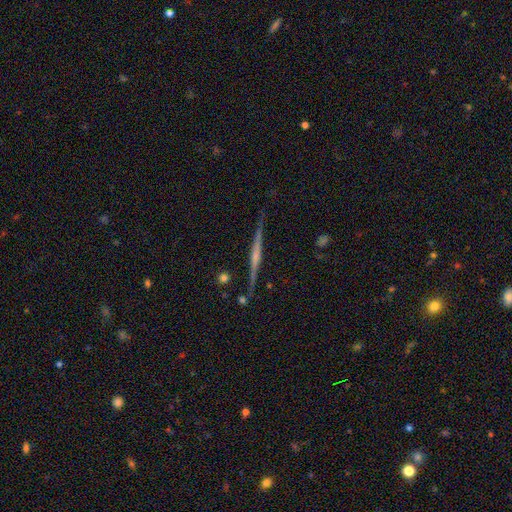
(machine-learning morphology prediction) Smooth or featured: featured or disk — 77% (smooth — 15%)
Edge-on disk: yes — 98% (no — 2%)
Edge-on bulge: rounded — 51% (none — 29%)
Merging: none — 88% (minor disturbance — 8%)